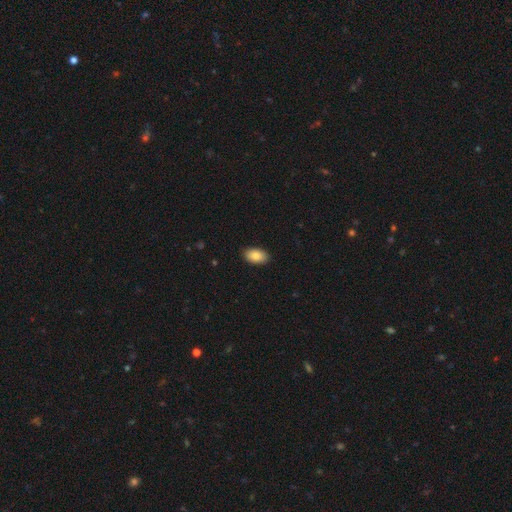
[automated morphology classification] The model was most divided on "smooth or featured": smooth: 86%, star or artifact: 7%, featured or disk: 7%. More confident: how rounded — in between (94%); merging — none (90%).